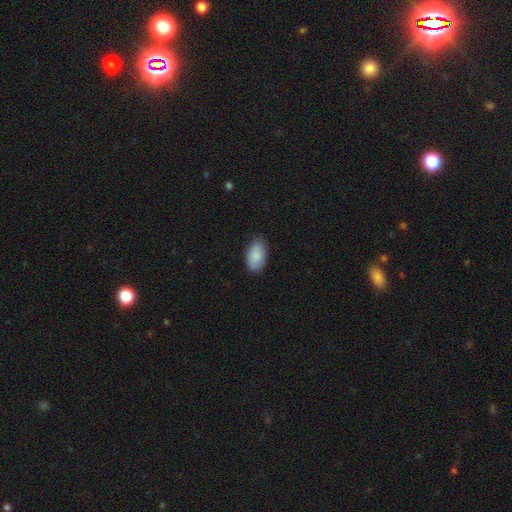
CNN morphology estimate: The model was most divided on "merging": none: 81%, minor disturbance: 16%, major disturbance: 3%, merger: 1%. More confident: how rounded — in between (94%); smooth or featured — smooth (87%).